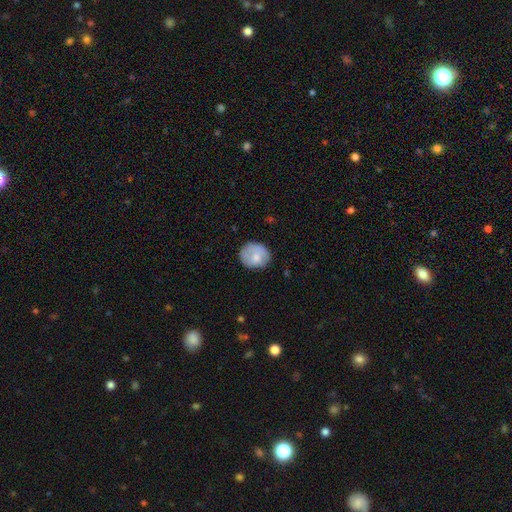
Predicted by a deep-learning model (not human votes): smooth_or_featured: smooth (p=0.68) [alt: featured or disk p=0.25]
how_rounded: round (p=0.77) [alt: in between p=0.23]
merging: none (p=0.69) [alt: minor disturbance p=0.22]